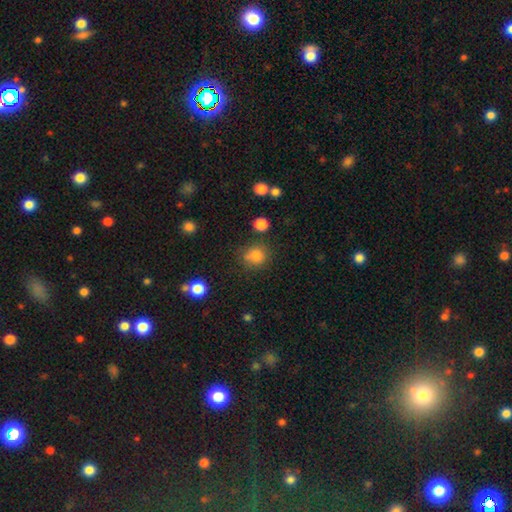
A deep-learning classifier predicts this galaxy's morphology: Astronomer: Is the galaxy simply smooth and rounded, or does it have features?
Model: smooth — 82%.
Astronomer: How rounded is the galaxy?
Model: round — 84%.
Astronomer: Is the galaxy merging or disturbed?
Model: none — 73%.